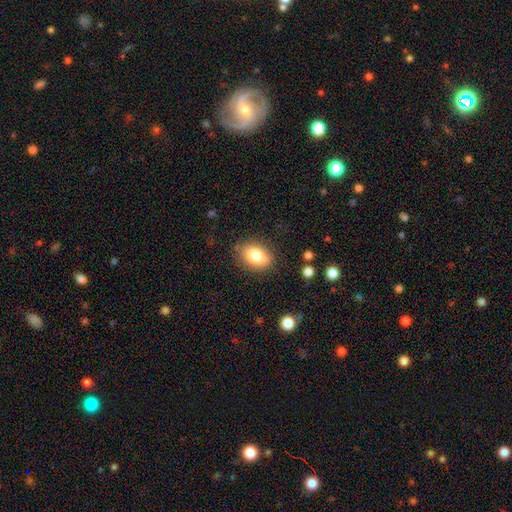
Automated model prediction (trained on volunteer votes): smooth-or-featured: smooth: 81% | featured or disk: 11% | star or artifact: 8%
  how-rounded: in between: 84% | round: 15% | cigar-shaped: 2%
  merging: none: 83% | minor disturbance: 12% | major disturbance: 3% | merger: 2%